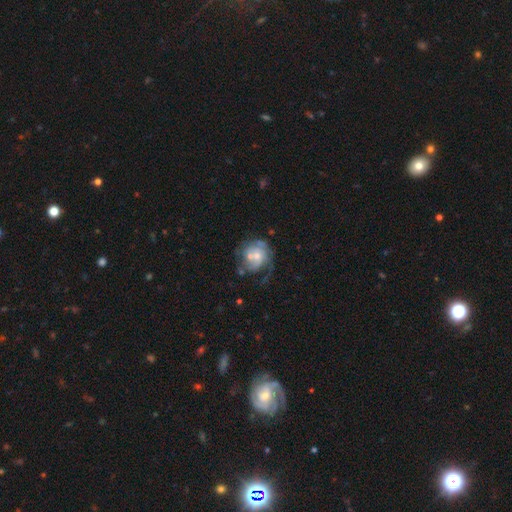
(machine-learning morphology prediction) Smooth or featured? featured or disk (70%)
Edge-on disk? no (98%)
Bar? no (78%)
Spiral arms? yes (76%)
Spiral winding? tight (43%)
Spiral arm count? can't tell (39%)
Bulge size? small (48%)
Merging? none (39%)